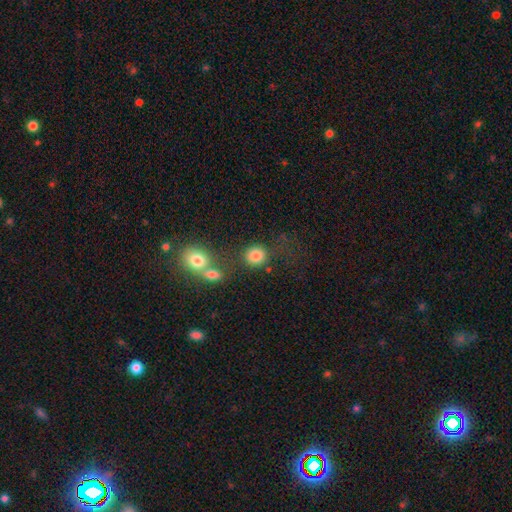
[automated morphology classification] Smooth or featured: smooth — 83% (star or artifact — 10%)
How rounded: round — 81% (in between — 18%)
Merging: none — 64% (merger — 18%)